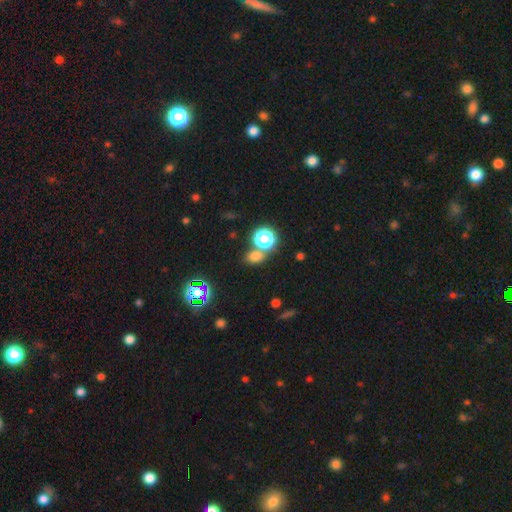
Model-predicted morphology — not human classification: Smooth or featured? Predicted: smooth (p=0.66). How rounded? Predicted: round (p=0.50). Merging? Predicted: none (p=0.65).